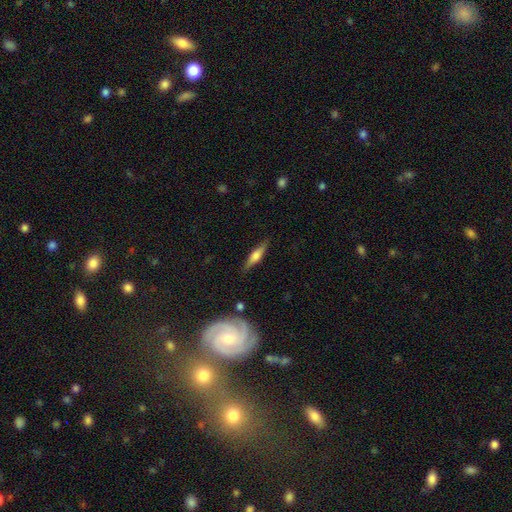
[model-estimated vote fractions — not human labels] This is possibly a featured or disk galaxy (53%). It is clearly viewed edge-on (94%). Merging: clearly none (85%).